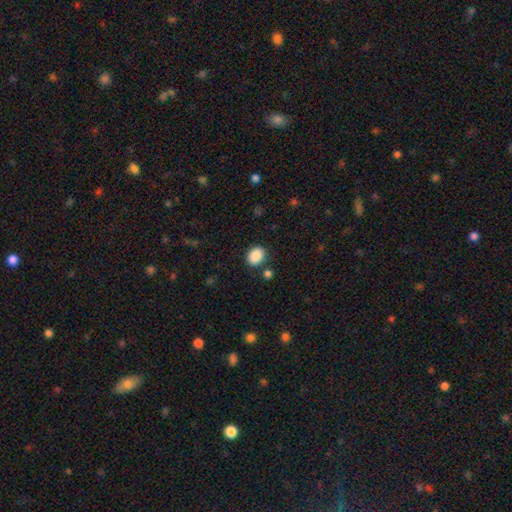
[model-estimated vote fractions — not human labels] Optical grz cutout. It shows a smooth galaxy with no disk features (89%) that is in between round and cigar-shaped (67%). Merging: none (82%).